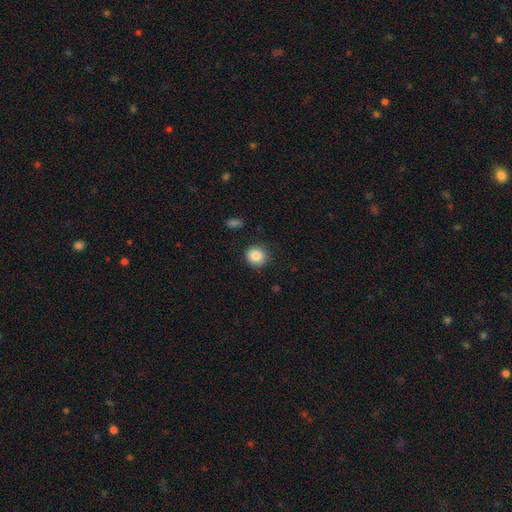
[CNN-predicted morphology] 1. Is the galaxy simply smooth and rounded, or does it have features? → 86% smooth, 9% star or artifact, 5% featured or disk.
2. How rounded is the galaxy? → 91% round, 8% in between, 1% cigar-shaped.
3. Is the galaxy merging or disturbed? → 87% none, 9% minor disturbance, 2% major disturbance, 1% merger.